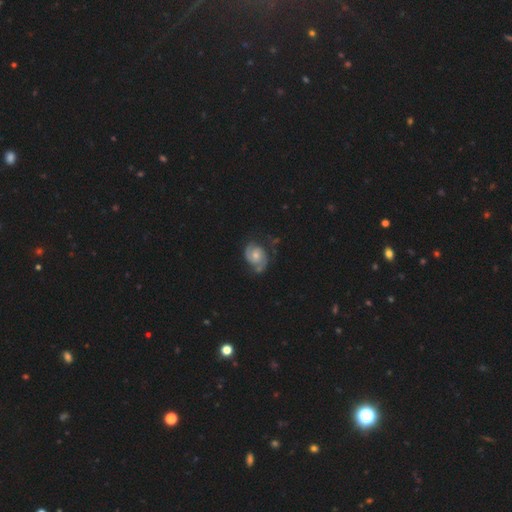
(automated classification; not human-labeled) This is clearly a featured or disk galaxy (84%). It is clearly not viewed edge-on (98%). Bar: likely no (68%). Spiral arm pattern: clearly yes (96%). Spiral arm count: clearly 2 (88%). Spiral winding: possibly tight (46%). Central bulge: possibly moderate (51%). Merging: likely none (69%).